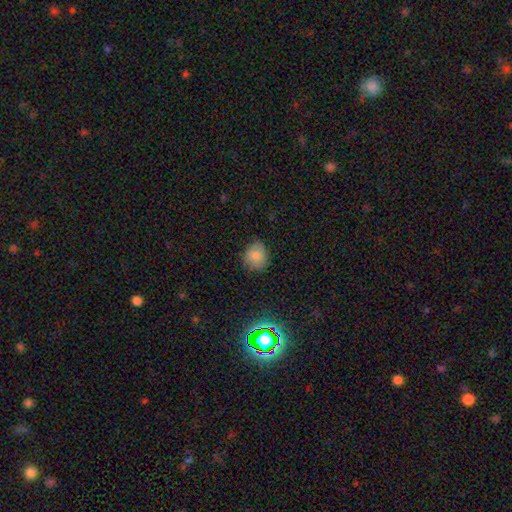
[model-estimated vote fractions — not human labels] This appears to be a smooth galaxy with no disk features (80%) that is round (71%). Merging: none (75%).